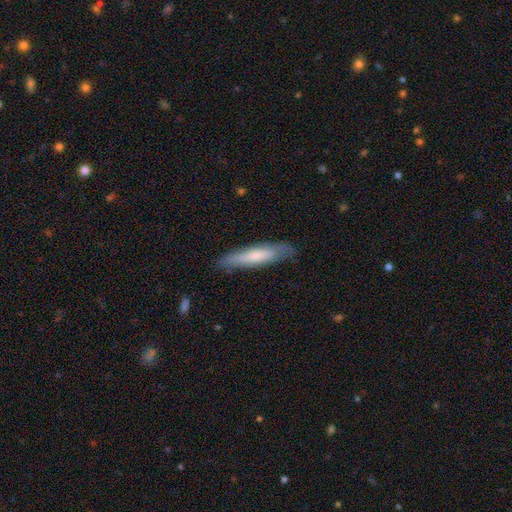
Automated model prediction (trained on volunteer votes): Morphology: type=smooth (63%); roundness=cigar-shaped (85%); merging=none (82%).